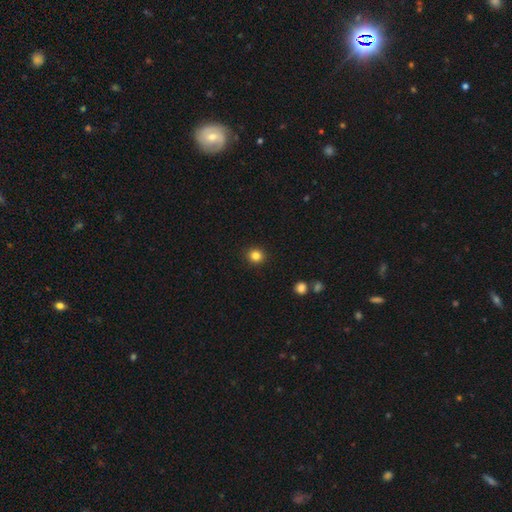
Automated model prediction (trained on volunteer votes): Smooth or featured? smooth (83%)
How rounded? round (87%)
Merging? none (92%)